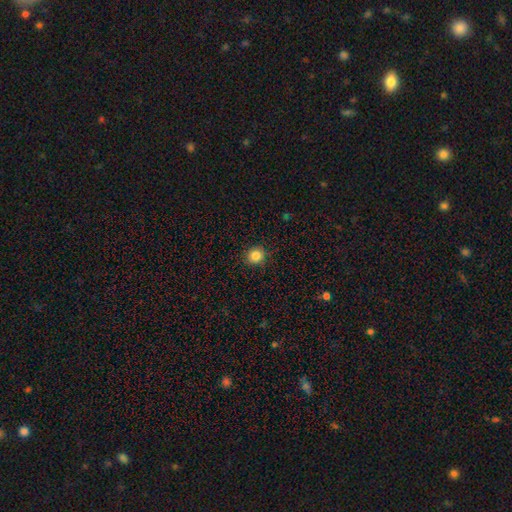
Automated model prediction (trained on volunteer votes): A smooth galaxy with no disk features (85%) that is round (90%).

Vote fractions:
- Smooth or featured? smooth: 85% / star or artifact: 11% / featured or disk: 4%
- How rounded? round: 90% / in between: 9% / cigar-shaped: 1%
- Merging? none: 90% / minor disturbance: 7% / major disturbance: 2% / merger: 1%